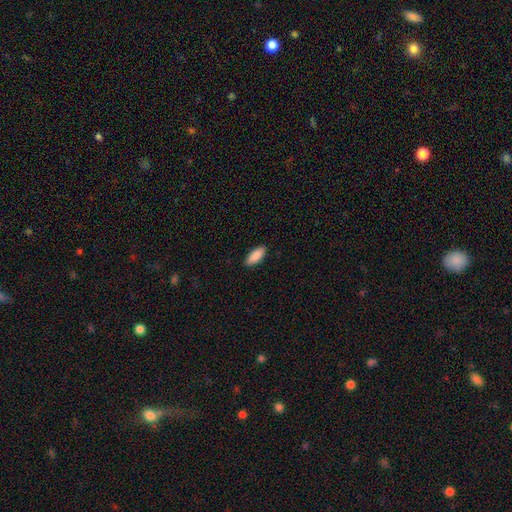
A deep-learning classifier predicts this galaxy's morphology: Smooth or featured? Predicted: smooth (p=0.90). How rounded? Predicted: in between (p=0.82). Merging? Predicted: none (p=0.89).